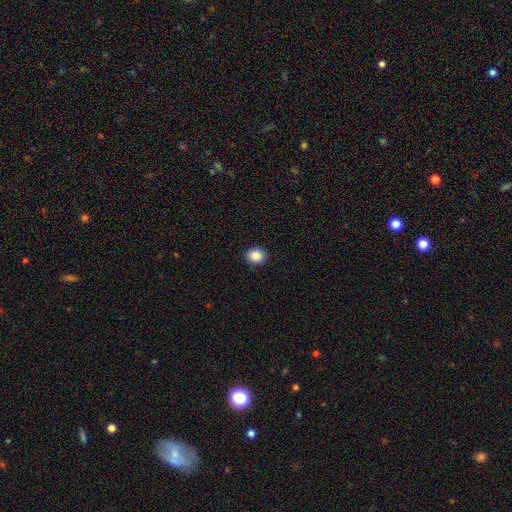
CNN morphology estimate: Smooth or featured: smooth — 88% (star or artifact — 9%)
How rounded: round — 76% (in between — 23%)
Merging: none — 92% (minor disturbance — 6%)